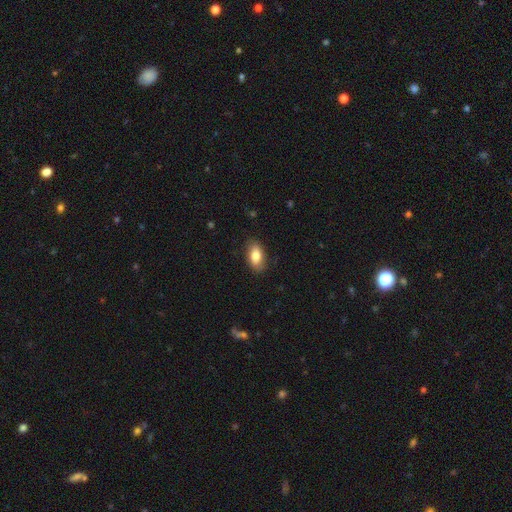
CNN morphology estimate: Q: Smooth or featured?
A: smooth (84%); runner-up: featured or disk (9%)
Q: How rounded?
A: in between (92%); runner-up: round (5%)
Q: Merging?
A: none (86%); runner-up: minor disturbance (11%)